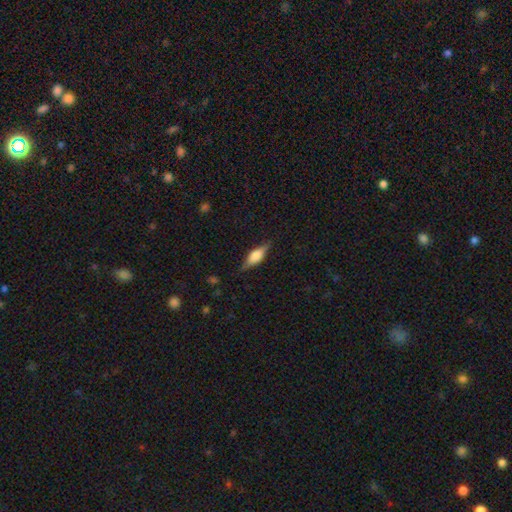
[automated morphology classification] smooth-or-featured: featured or disk: 47% | smooth: 45% | star or artifact: 8%
  merging: none: 83% | minor disturbance: 13% | major disturbance: 3% | merger: 1%